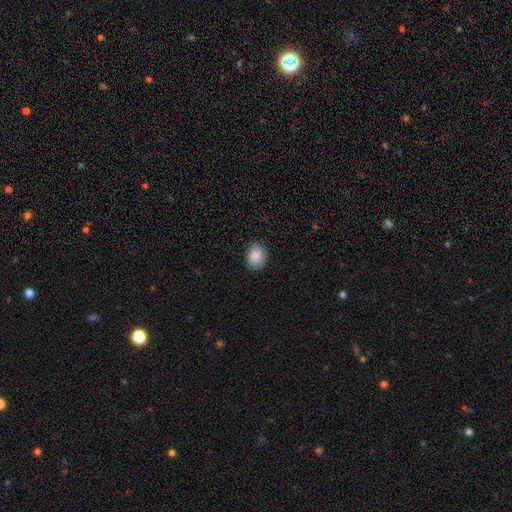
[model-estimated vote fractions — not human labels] A smooth galaxy with no disk features (88%) that is in between round and cigar-shaped (68%). Merging: none (82%).